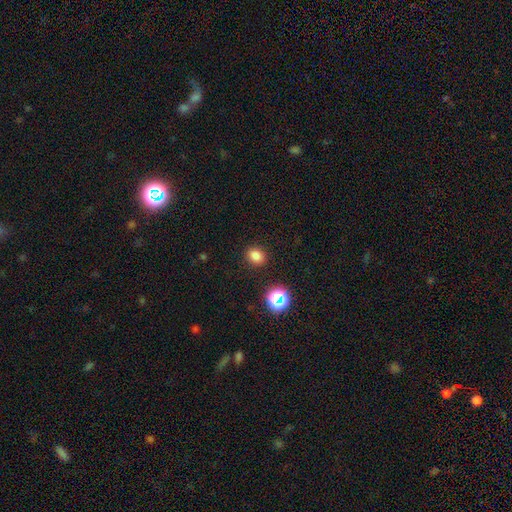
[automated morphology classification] Smooth or featured: smooth — 80% (star or artifact — 15%)
How rounded: round — 54% (in between — 45%)
Merging: none — 89% (minor disturbance — 7%)